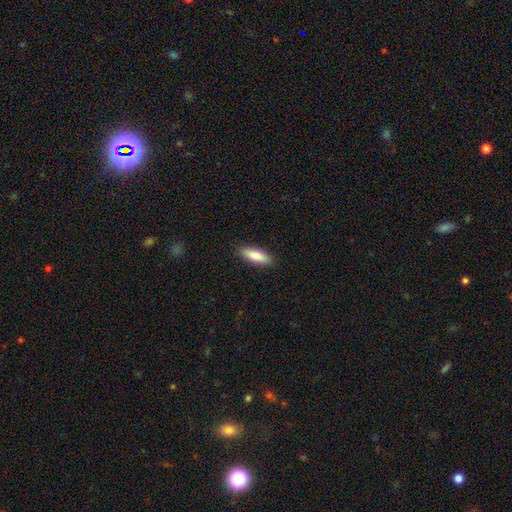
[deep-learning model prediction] smooth 83%, featured or disk 11%, star or artifact 6%. Down the decision tree: how rounded — cigar-shaped (49%, tied with in between); merging — none (89%).